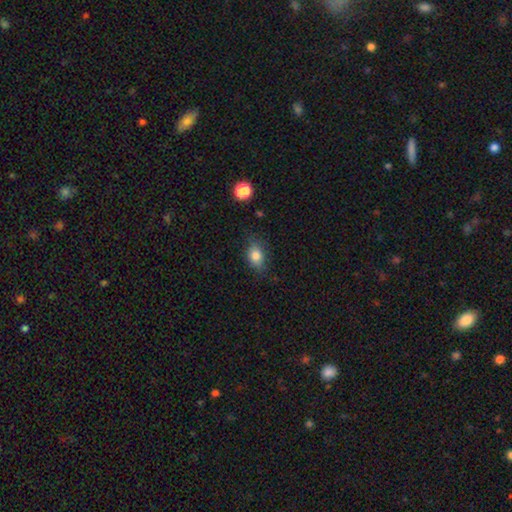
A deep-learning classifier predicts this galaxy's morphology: A smooth galaxy with no disk features (82%) that is in between round and cigar-shaped (75%).

Vote fractions:
- Smooth or featured? smooth: 82% / star or artifact: 10% / featured or disk: 9%
- How rounded? in between: 75% / round: 23% / cigar-shaped: 2%
- Merging? none: 74% / minor disturbance: 20% / major disturbance: 5% / merger: 1%